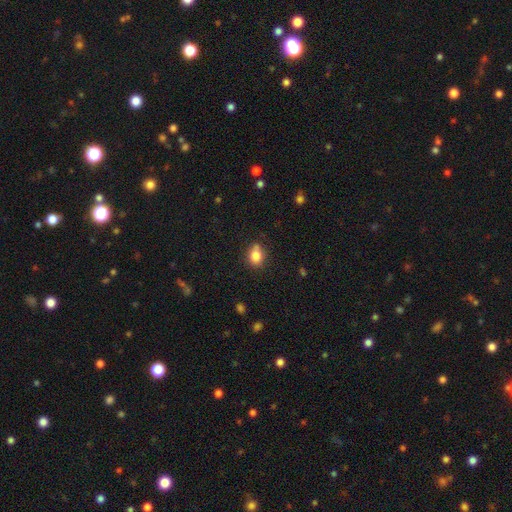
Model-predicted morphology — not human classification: Smooth or featured: smooth — 82% (star or artifact — 10%)
How rounded: round — 51% (in between — 48%)
Merging: none — 67% (minor disturbance — 21%)